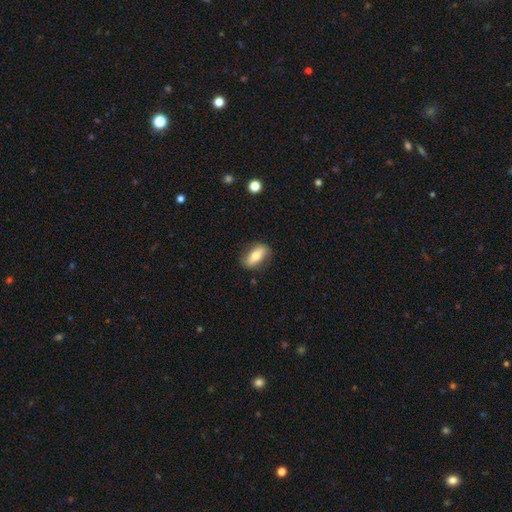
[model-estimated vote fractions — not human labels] smooth 68%, featured or disk 26%, star or artifact 6%. Down the decision tree: how rounded — in between (79%); merging — none (81%).